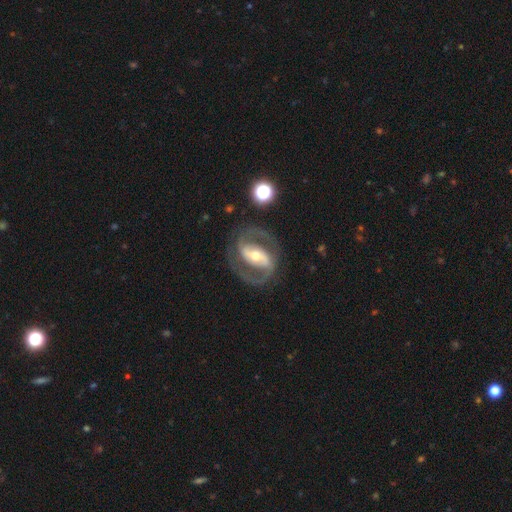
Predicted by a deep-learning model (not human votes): Smooth or featured: featured or disk — 88% (smooth — 7%)
Edge-on disk: no — 97% (yes — 3%)
Bar: strong — 54% (weak — 29%)
Spiral arms: yes — 93% (no — 7%)
Spiral winding: medium — 58% (tight — 25%)
Spiral arm count: 2 — 92% (can't tell — 3%)
Bulge size: moderate — 63% (small — 28%)
Merging: none — 80% (minor disturbance — 11%)